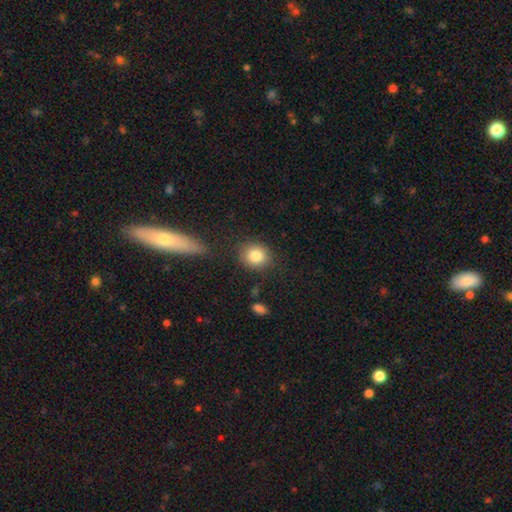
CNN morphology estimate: The model was most divided on "how rounded": round: 76%, in between: 23%, cigar-shaped: 1%. More confident: smooth or featured — smooth (83%); merging — none (83%).